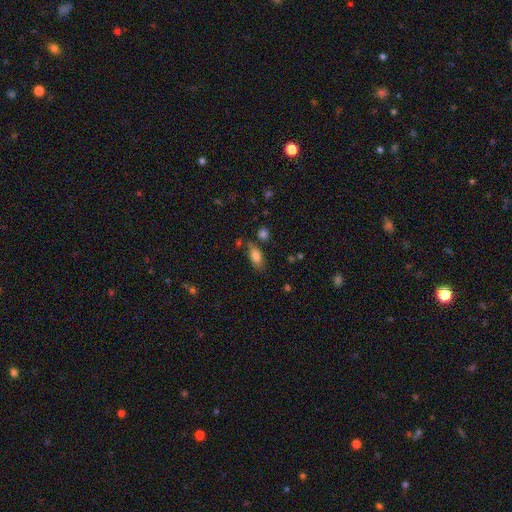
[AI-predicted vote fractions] smooth 81%, featured or disk 10%, star or artifact 9%. Down the decision tree: how rounded — in between (85%); merging — none (65%).